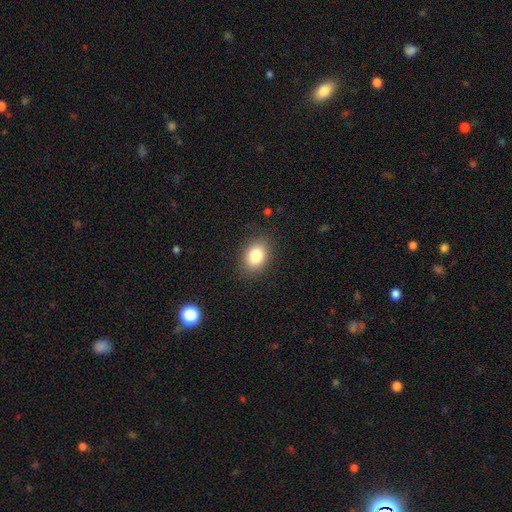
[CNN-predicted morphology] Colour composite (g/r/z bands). It shows a smooth galaxy with no disk features (84%) that is in between round and cigar-shaped (73%). Merging: none (86%).